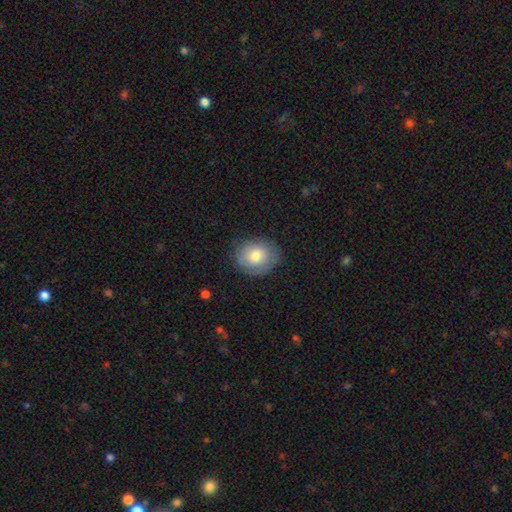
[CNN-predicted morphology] smooth-or-featured: smooth: 70% | featured or disk: 23% | star or artifact: 8%
  how-rounded: round: 61% | in between: 38% | cigar-shaped: 1%
  merging: none: 76% | minor disturbance: 18% | major disturbance: 5% | merger: 1%